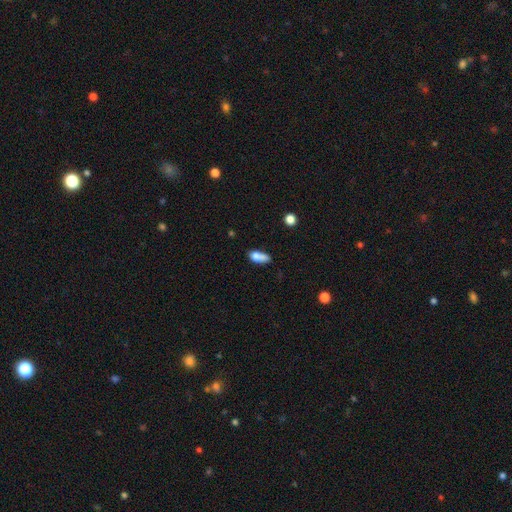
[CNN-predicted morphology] smooth_or_featured: smooth (p=0.74) [alt: featured or disk p=0.17]
how_rounded: in between (p=0.76) [alt: cigar-shaped p=0.17]
merging: none (p=0.38) [alt: merger p=0.25]